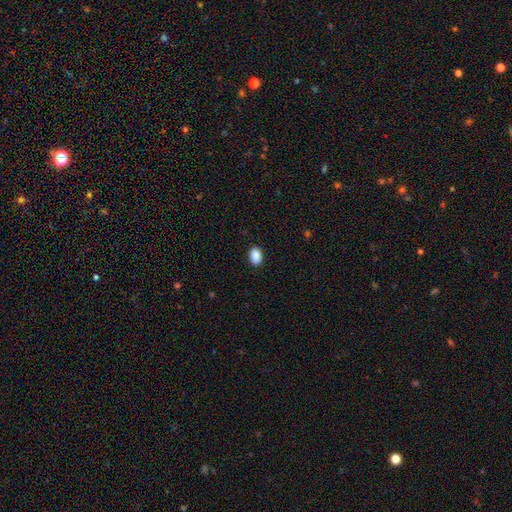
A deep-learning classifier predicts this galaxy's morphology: Q: Smooth or featured?
A: smooth (90%); runner-up: star or artifact (8%)
Q: How rounded?
A: in between (86%); runner-up: round (13%)
Q: Merging?
A: none (90%); runner-up: minor disturbance (8%)